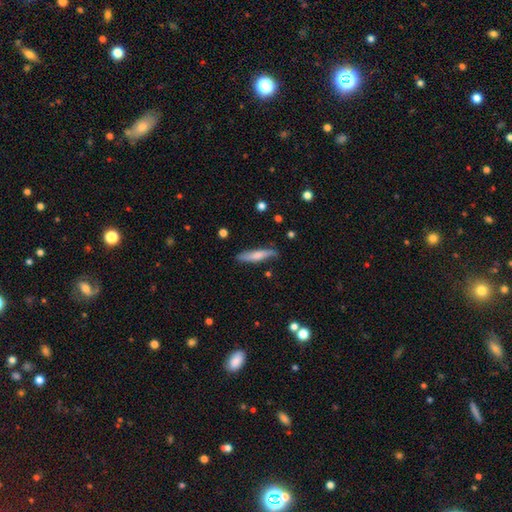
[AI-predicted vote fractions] This appears to be a smooth galaxy with no disk features (58%) that is cigar-shaped (87%). Merging: none (79%).